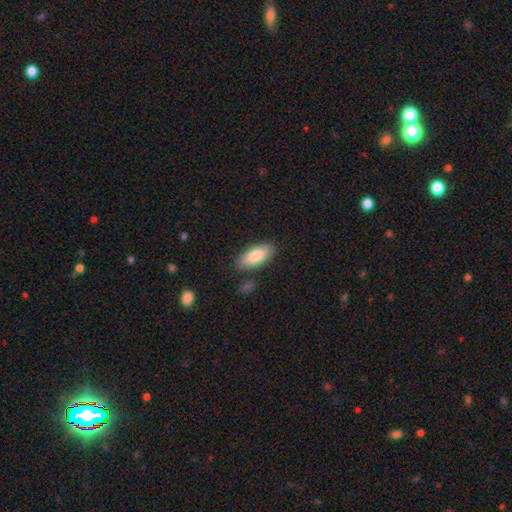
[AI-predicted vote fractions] A smooth galaxy with no disk features (84%) that is in between round and cigar-shaped (84%). Merging: none (82%).